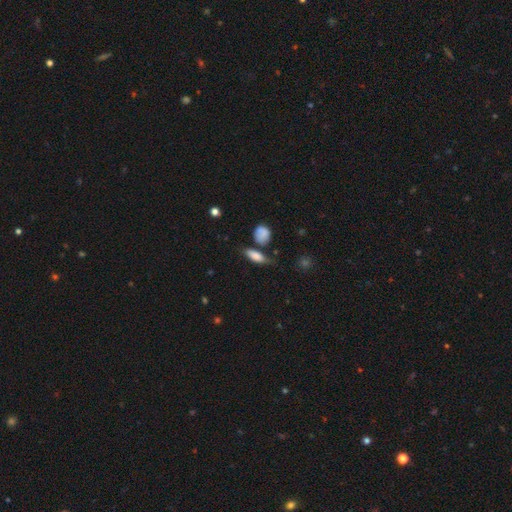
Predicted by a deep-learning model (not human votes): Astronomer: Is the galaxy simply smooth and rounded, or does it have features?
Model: smooth — 78%.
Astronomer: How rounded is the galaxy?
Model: in between — 64%.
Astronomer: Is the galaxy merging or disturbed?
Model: none — 56%.